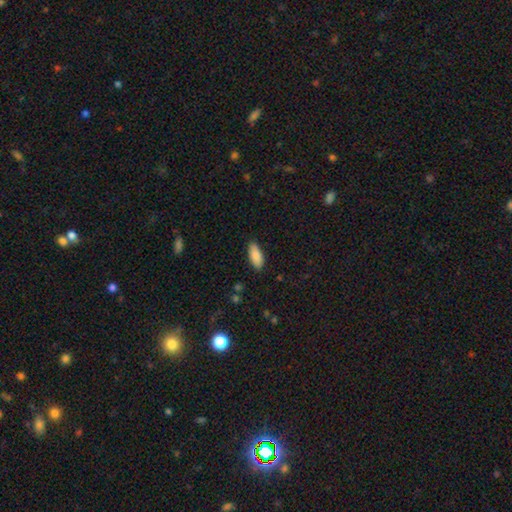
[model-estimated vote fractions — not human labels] Q: Smooth or featured?
A: smooth (87%); runner-up: featured or disk (7%)
Q: How rounded?
A: in between (83%); runner-up: cigar-shaped (16%)
Q: Merging?
A: none (87%); runner-up: minor disturbance (10%)